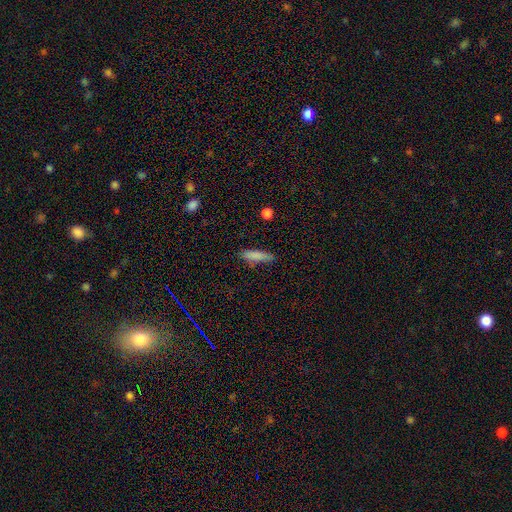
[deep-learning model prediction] Overall: smooth (81%). How rounded: cigar-shaped (71%). Merging: none (78%).